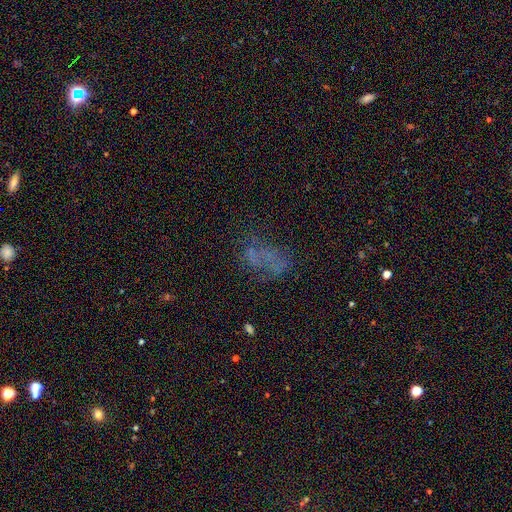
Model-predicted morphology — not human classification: Q: Smooth or featured?
A: featured or disk (37%); runner-up: smooth (35%)
Q: Merging?
A: none (47%); runner-up: major disturbance (26%)